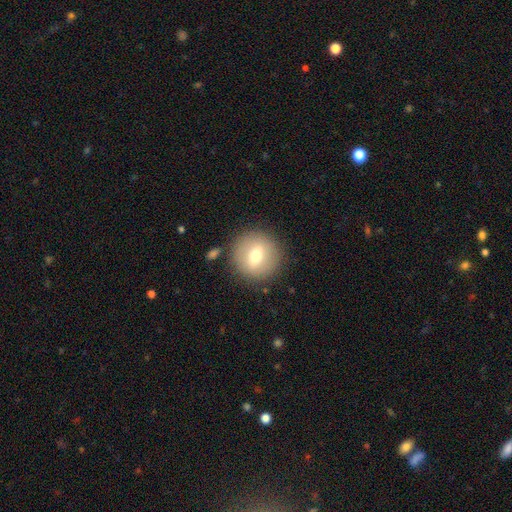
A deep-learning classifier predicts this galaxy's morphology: The model was most divided on "smooth or featured": smooth: 63%, featured or disk: 29%, star or artifact: 9%. More confident: how rounded — round (93%); merging — none (86%).